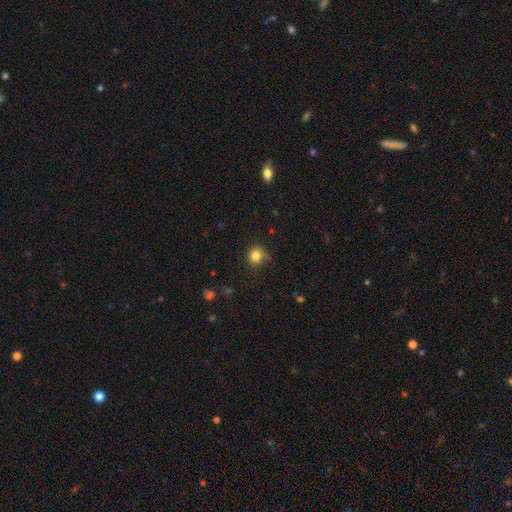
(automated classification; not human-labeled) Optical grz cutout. It shows a smooth galaxy with no disk features (81%) that is round (83%). Merging: none (68%).